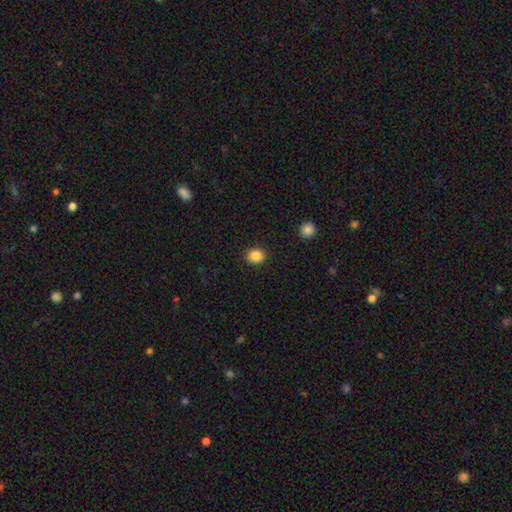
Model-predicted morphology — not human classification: type=smooth (86%); roundness=round (70%); merging=none (90%).